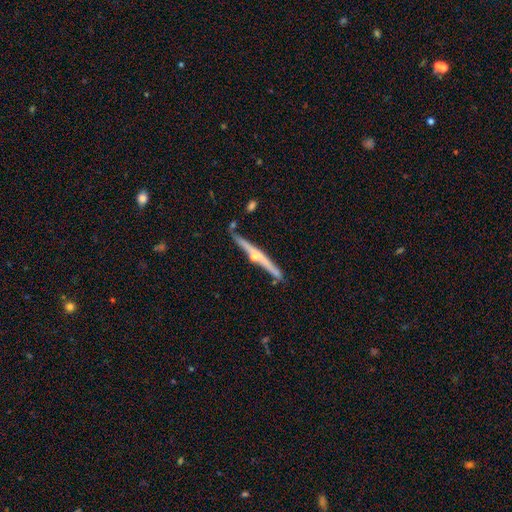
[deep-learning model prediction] The model was most divided on "smooth or featured": featured or disk: 79%, smooth: 15%, star or artifact: 6%. More confident: edge-on disk — yes (98%); edge-on bulge — rounded (88%); merging — none (83%).